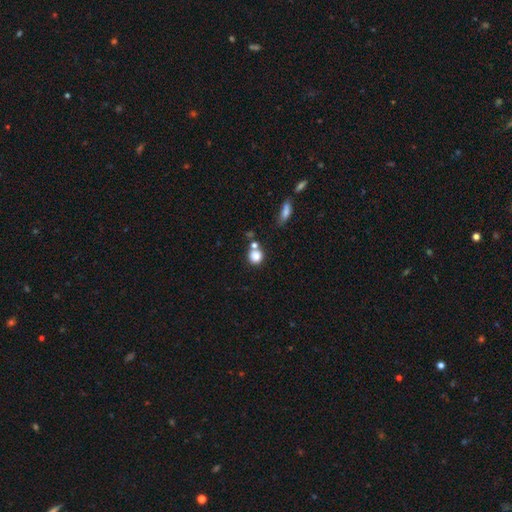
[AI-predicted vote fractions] Q: Smooth or featured?
A: smooth (82%); runner-up: star or artifact (11%)
Q: How rounded?
A: round (87%); runner-up: in between (12%)
Q: Merging?
A: none (59%); runner-up: merger (24%)